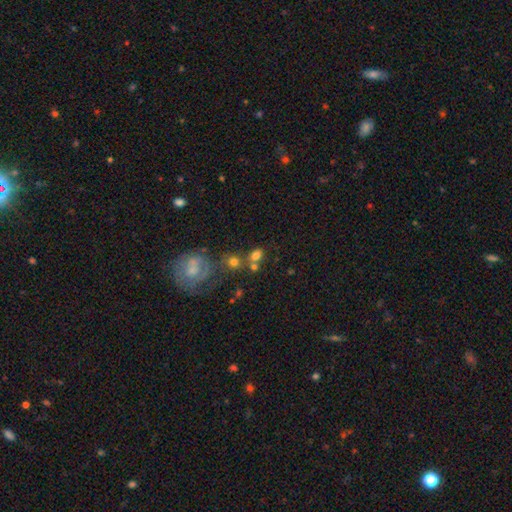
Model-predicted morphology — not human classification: Smooth or featured?
  - smooth: 72% *
  - featured or disk: 14%
  - star or artifact: 14%
How rounded?
  - in between: 52% *
  - round: 46%
  - cigar-shaped: 2%
Merging?
  - none: 52% *
  - merger: 28%
  - minor disturbance: 13%
  - major disturbance: 7%